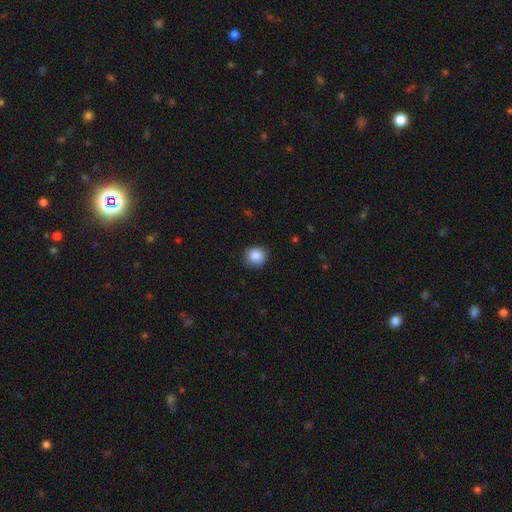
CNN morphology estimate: A smooth galaxy with no disk features (87%) that is round (89%). Merging: none (84%).